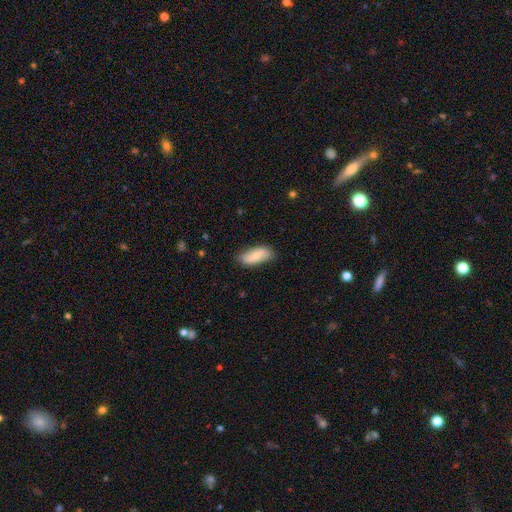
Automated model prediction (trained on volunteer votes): Smooth or featured? smooth (70%)
How rounded? in between (84%)
Merging? none (81%)